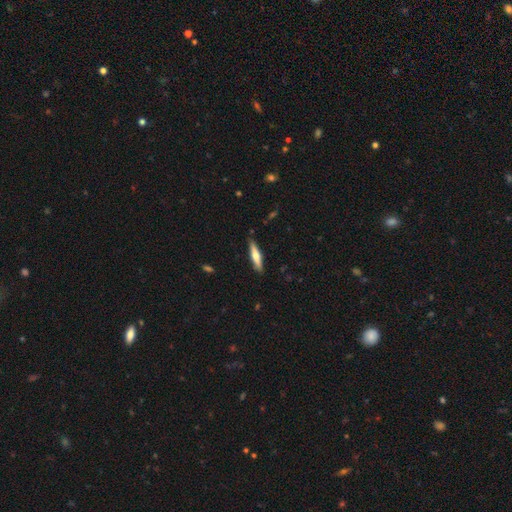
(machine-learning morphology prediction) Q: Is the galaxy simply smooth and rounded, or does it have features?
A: smooth — 51%.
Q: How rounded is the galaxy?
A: cigar-shaped — 83%.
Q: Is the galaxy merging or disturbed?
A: none — 89%.